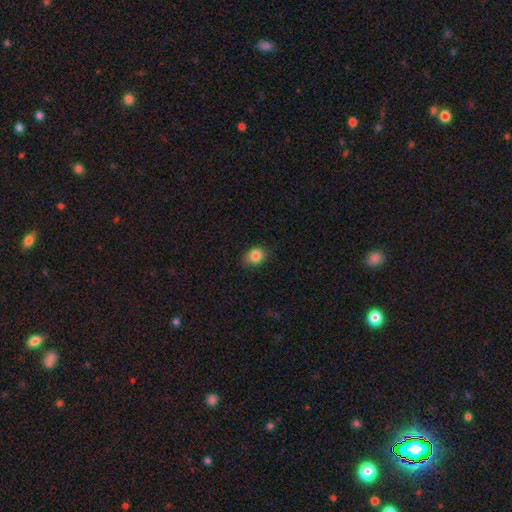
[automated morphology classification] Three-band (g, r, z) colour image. It shows a smooth galaxy with no disk features (85%) that is in between round and cigar-shaped (54%). Merging: none (80%).